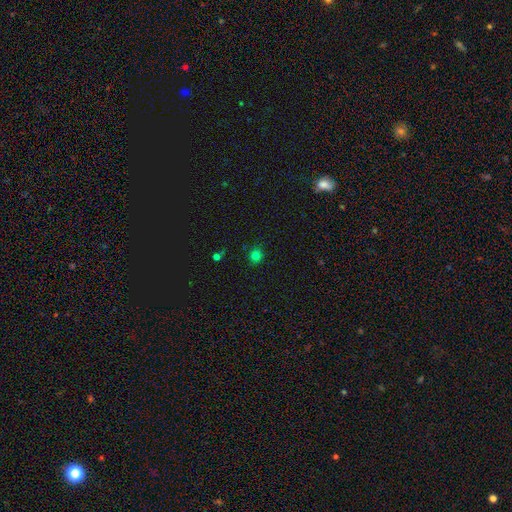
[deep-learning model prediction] The model was most divided on "smooth or featured": smooth: 78%, star or artifact: 17%, featured or disk: 5%. More confident: merging — none (87%); how rounded — round (86%).